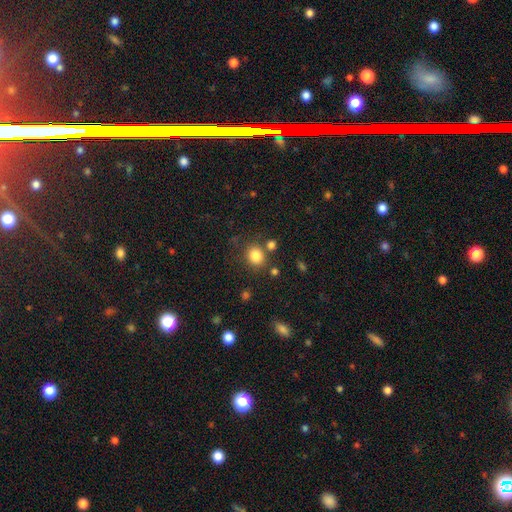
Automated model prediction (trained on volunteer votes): Smooth or featured? Predicted: smooth (p=0.83). How rounded? Predicted: round (p=0.72). Merging? Predicted: none (p=0.75).